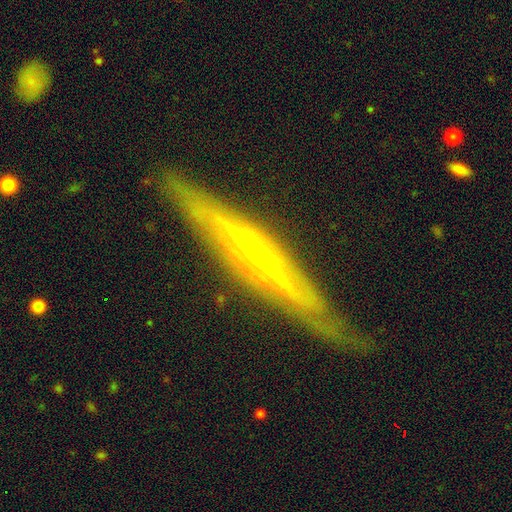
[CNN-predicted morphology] A featured or disk galaxy (82%) viewed edge-on (94%) with a rounded central bulge (80%). Merging: none (82%).